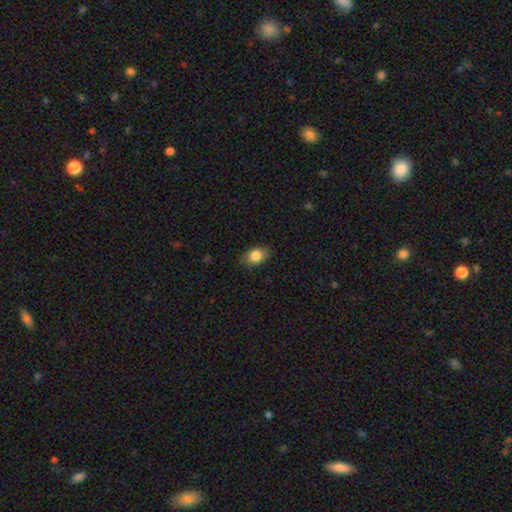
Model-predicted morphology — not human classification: Smooth or featured? Predicted: smooth (p=0.84). How rounded? Predicted: in between (p=0.79). Merging? Predicted: none (p=0.83).